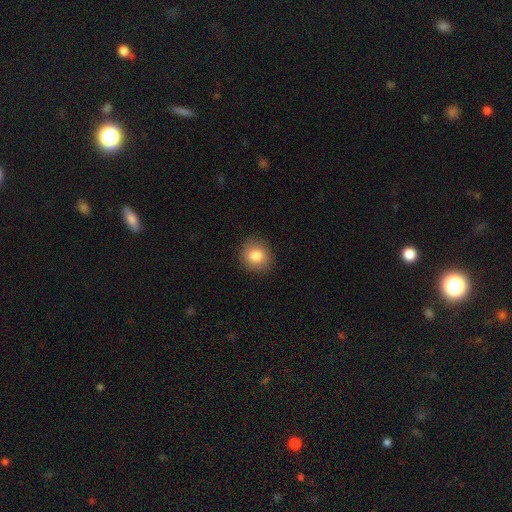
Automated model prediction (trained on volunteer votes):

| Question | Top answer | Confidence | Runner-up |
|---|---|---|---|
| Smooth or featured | smooth | 84% | star or artifact (9%) |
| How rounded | round | 81% | in between (18%) |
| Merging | none | 89% | minor disturbance (7%) |